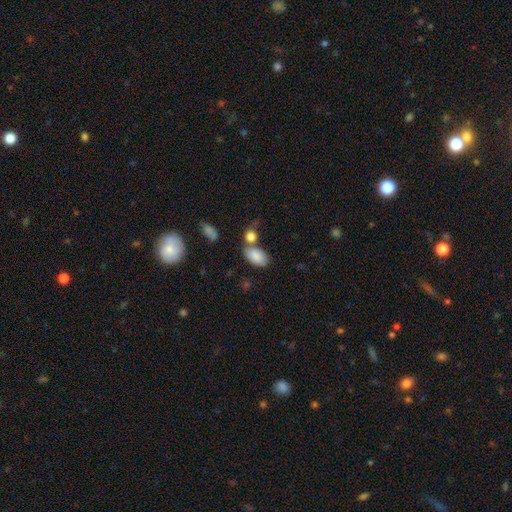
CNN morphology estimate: This appears to be a smooth galaxy with no disk features (84%) that is in between round and cigar-shaped (92%). Merging: none (51%).